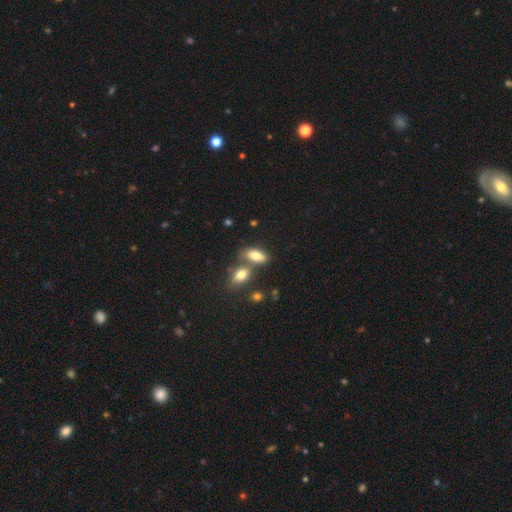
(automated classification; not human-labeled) smooth-or-featured: smooth: 77% | featured or disk: 14% | star or artifact: 8%
  how-rounded: in between: 87% | cigar-shaped: 9% | round: 4%
  merging: none: 49% | merger: 37% | minor disturbance: 11% | major disturbance: 4%